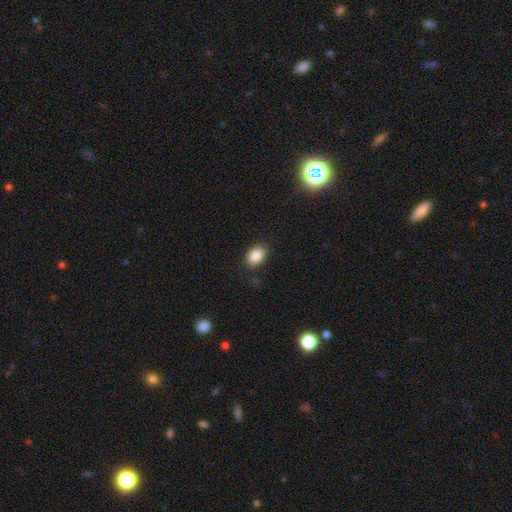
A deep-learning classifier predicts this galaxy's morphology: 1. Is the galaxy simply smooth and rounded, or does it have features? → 86% smooth, 9% star or artifact, 5% featured or disk.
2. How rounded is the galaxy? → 73% in between, 26% round, 1% cigar-shaped.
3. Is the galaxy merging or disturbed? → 82% none, 13% minor disturbance, 3% major disturbance, 1% merger.